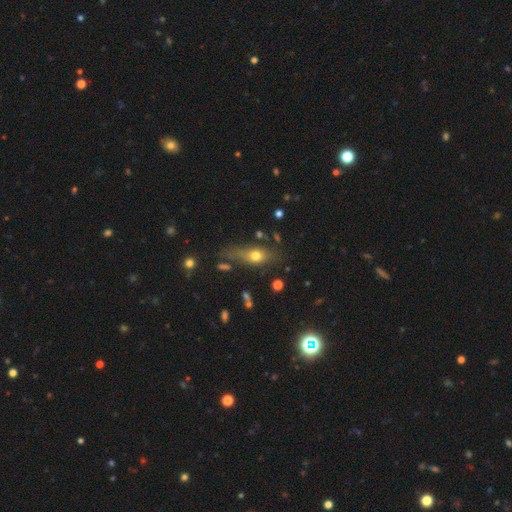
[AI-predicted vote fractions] smooth_or_featured: smooth (p=0.65) [alt: featured or disk p=0.23]
how_rounded: in between (p=0.64) [alt: cigar-shaped p=0.21]
merging: none (p=0.59) [alt: minor disturbance p=0.22]